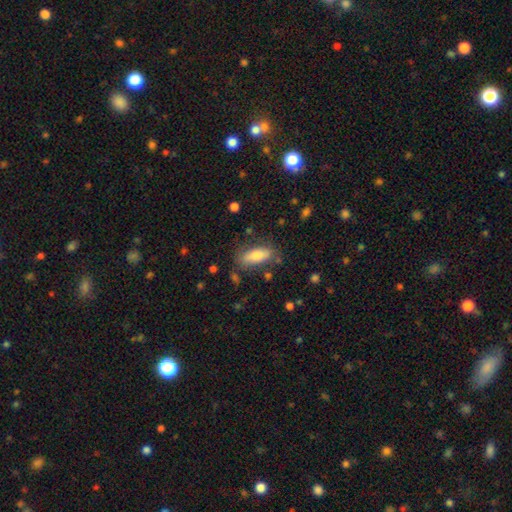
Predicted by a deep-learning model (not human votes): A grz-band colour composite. It shows a smooth galaxy with no disk features (75%) that is in between round and cigar-shaped (76%). Merging: none (72%).